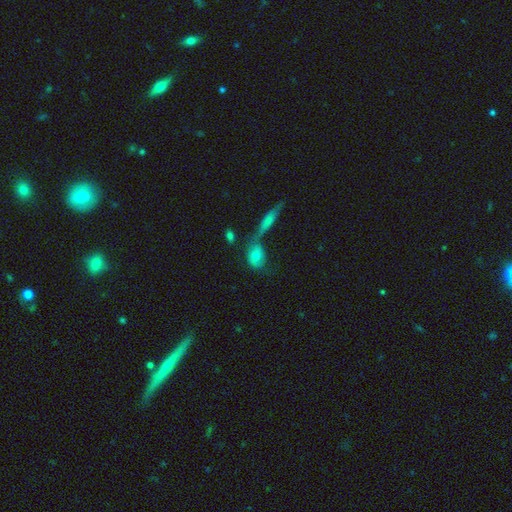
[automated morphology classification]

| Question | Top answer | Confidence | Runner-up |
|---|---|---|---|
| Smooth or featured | smooth | 69% | featured or disk (22%) |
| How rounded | in between | 69% | round (23%) |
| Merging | none | 44% | merger (31%) |